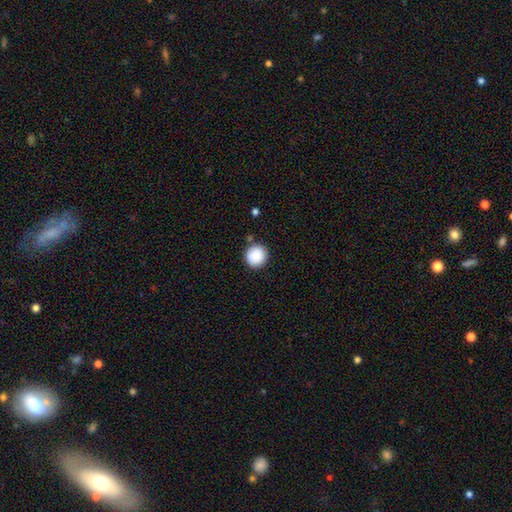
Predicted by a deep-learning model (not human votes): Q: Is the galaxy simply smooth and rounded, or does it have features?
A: smooth — 89%.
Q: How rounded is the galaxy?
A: round — 94%.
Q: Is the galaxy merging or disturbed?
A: none — 87%.